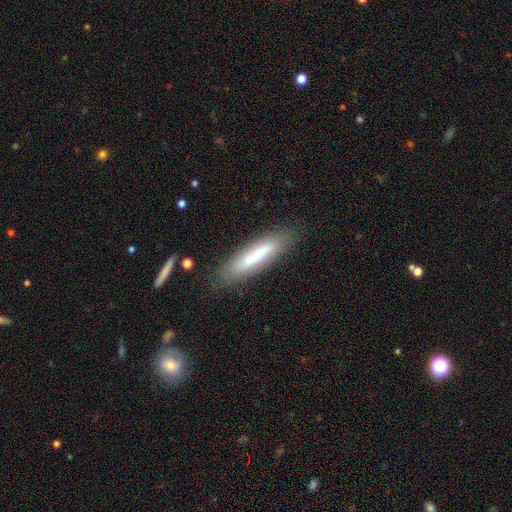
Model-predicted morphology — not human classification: Smooth or featured? Predicted: smooth (p=0.70). How rounded? Predicted: cigar-shaped (p=0.79). Merging? Predicted: none (p=0.80).